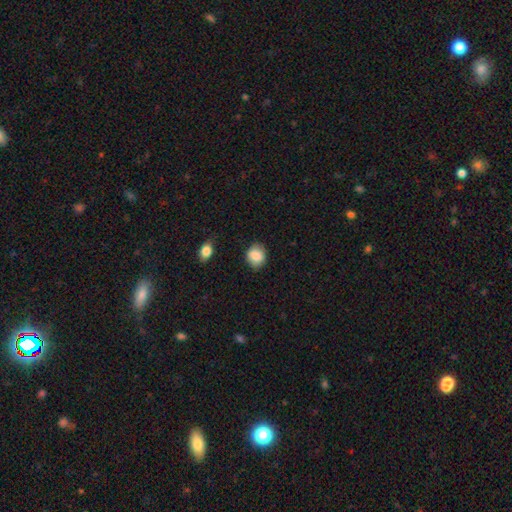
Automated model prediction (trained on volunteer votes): This is clearly a smooth galaxy (85%). How rounded: possibly round (56%). Merging: likely none (80%).